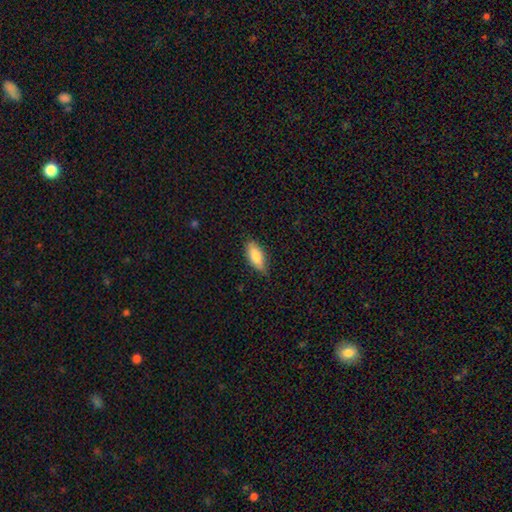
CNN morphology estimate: A smooth galaxy with no disk features (79%) that is in between round and cigar-shaped (83%).

Vote fractions:
- Smooth or featured? smooth: 79% / featured or disk: 15% / star or artifact: 6%
- How rounded? in between: 83% / cigar-shaped: 14% / round: 2%
- Merging? none: 78% / minor disturbance: 18% / major disturbance: 3% / merger: 1%